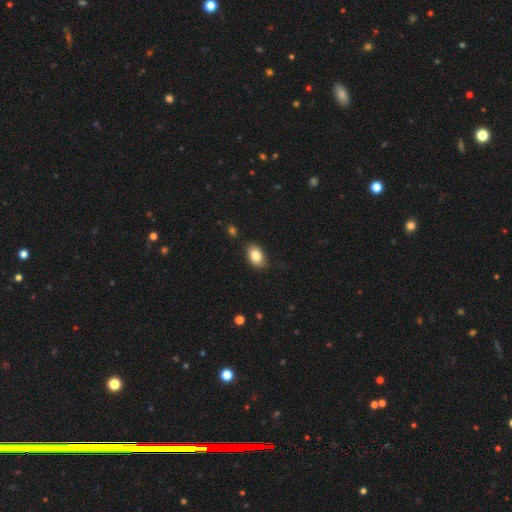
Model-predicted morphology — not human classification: type=smooth (86%); roundness=in between (86%); merging=none (81%).